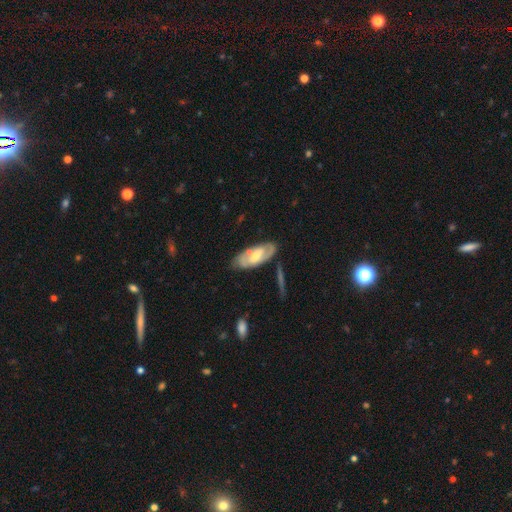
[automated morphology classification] The model was most divided on "bar": weak: 47%, strong: 28%, no: 25%. More confident: edge-on disk — no (88%); spiral arms — yes (75%); merging — none (70%); smooth or featured — featured or disk (62%); bulge size — moderate (51%).